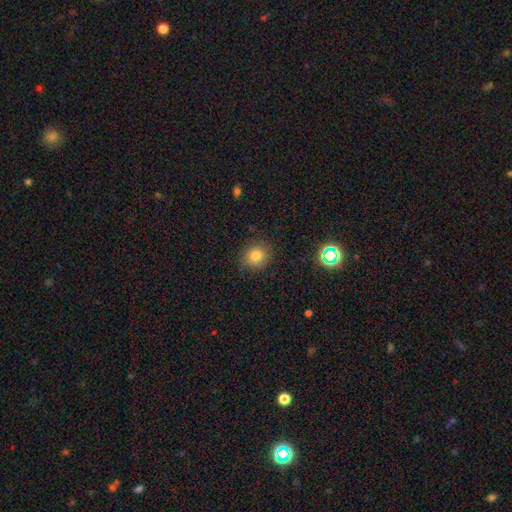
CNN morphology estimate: A smooth galaxy with no disk features (79%) that is round (84%). Merging: none (87%).